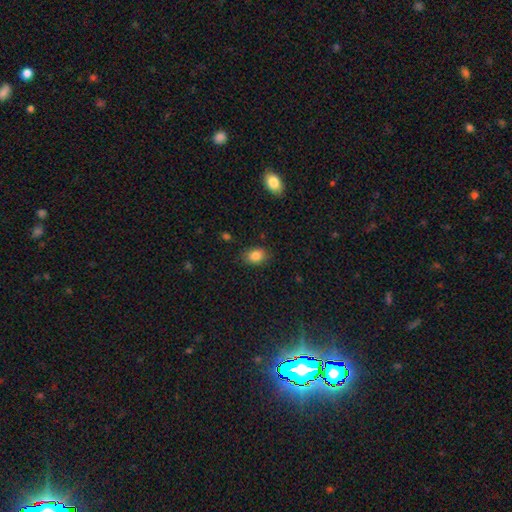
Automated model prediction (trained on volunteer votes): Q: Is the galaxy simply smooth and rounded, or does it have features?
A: smooth — 84%.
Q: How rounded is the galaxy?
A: in between — 74%.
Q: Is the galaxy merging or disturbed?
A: none — 82%.